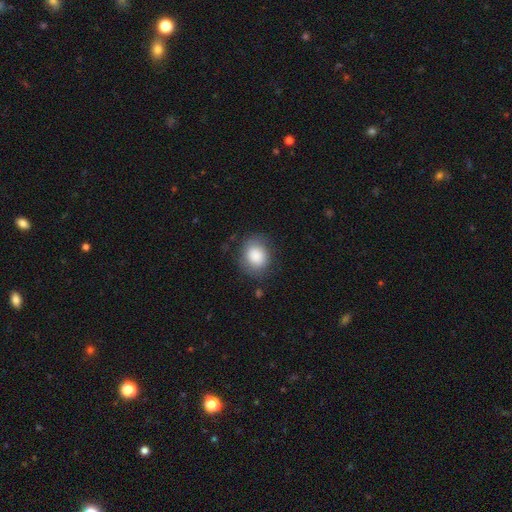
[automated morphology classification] Q: Smooth or featured?
A: smooth (86%); runner-up: star or artifact (7%)
Q: How rounded?
A: round (61%); runner-up: in between (38%)
Q: Merging?
A: none (76%); runner-up: minor disturbance (16%)